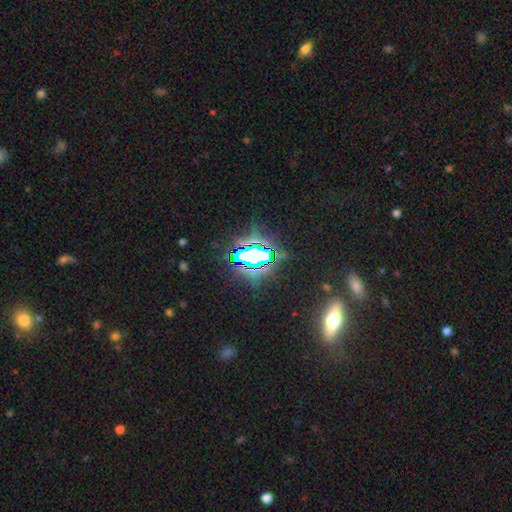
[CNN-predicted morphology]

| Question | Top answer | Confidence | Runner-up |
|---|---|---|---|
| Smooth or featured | star or artifact | 76% | smooth (13%) |